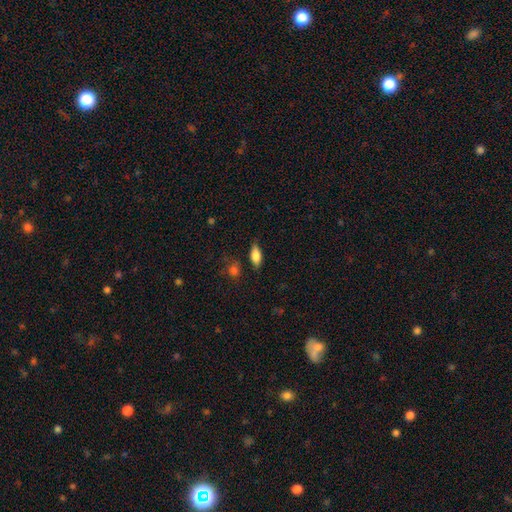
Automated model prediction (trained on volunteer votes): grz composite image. It shows a smooth galaxy with no disk features (79%) that is in between round and cigar-shaped (82%). Merging: none (77%).